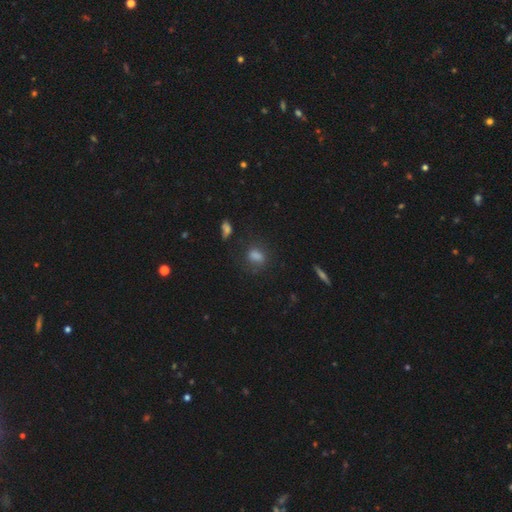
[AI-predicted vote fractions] A smooth galaxy with no disk features (70%) that is in between round and cigar-shaped (62%). Merging: none (69%).